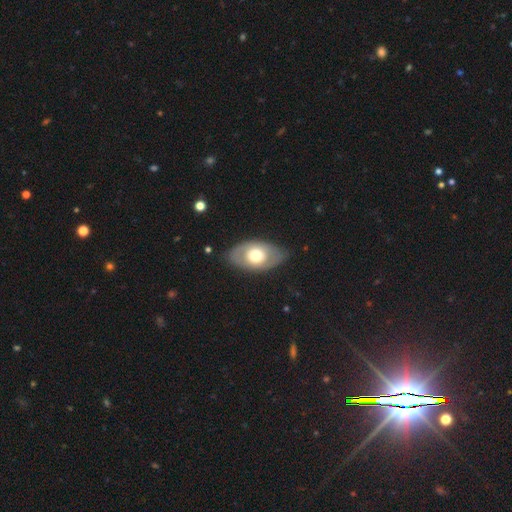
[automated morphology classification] smooth_or_featured: smooth (p=0.51) [alt: featured or disk p=0.43]
how_rounded: in between (p=0.88) [alt: round p=0.10]
merging: none (p=0.78) [alt: minor disturbance p=0.15]